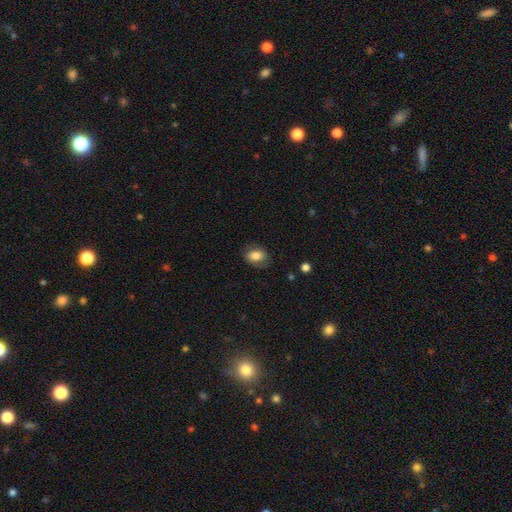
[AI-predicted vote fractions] smooth_or_featured: smooth (p=0.81) [alt: featured or disk p=0.11]
how_rounded: in between (p=0.78) [alt: round p=0.20]
merging: none (p=0.75) [alt: minor disturbance p=0.18]